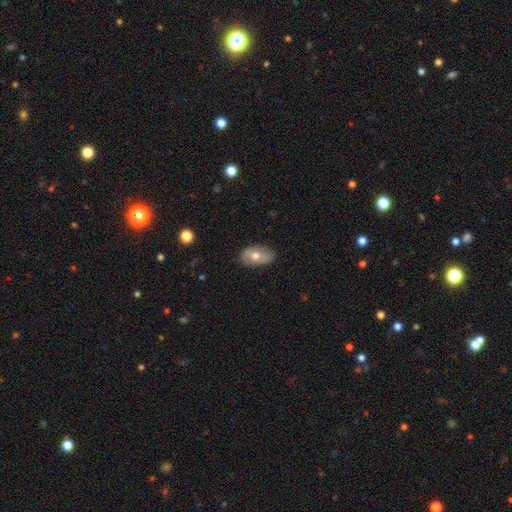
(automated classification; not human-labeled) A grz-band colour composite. It shows a smooth galaxy with no disk features (64%) that is in between round and cigar-shaped (91%). Merging: none (81%).